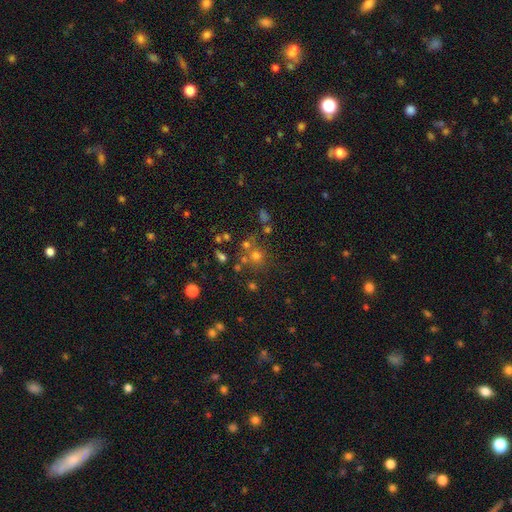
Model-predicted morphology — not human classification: smooth 55%, star or artifact 31%, featured or disk 13%. Down the decision tree: how rounded — round (88%); merging — none (63%).